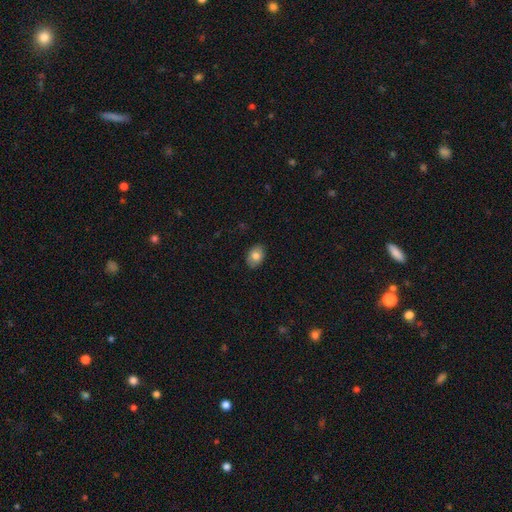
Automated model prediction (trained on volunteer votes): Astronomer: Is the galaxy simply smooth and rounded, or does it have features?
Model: smooth — 79%.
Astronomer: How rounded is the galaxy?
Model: in between — 78%.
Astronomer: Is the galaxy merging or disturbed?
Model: none — 87%.